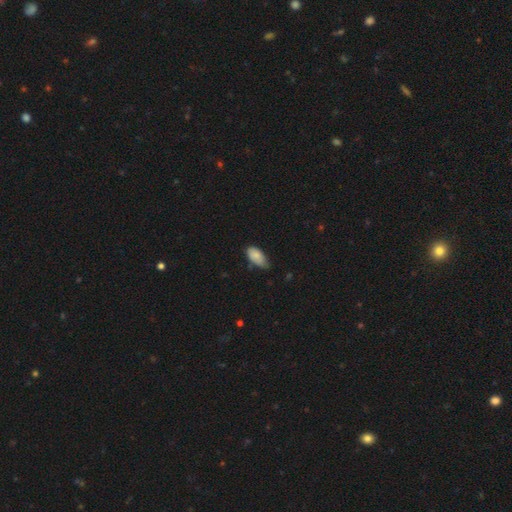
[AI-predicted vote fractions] Smooth or featured? Predicted: smooth (p=0.80). How rounded? Predicted: in between (p=0.93). Merging? Predicted: none (p=0.48).